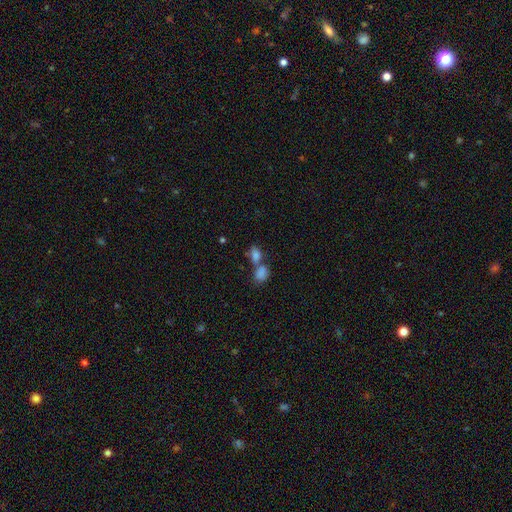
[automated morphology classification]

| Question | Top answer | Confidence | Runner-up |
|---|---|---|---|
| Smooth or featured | smooth | 79% | star or artifact (12%) |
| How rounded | in between | 79% | round (18%) |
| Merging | merger | 60% | none (28%) |